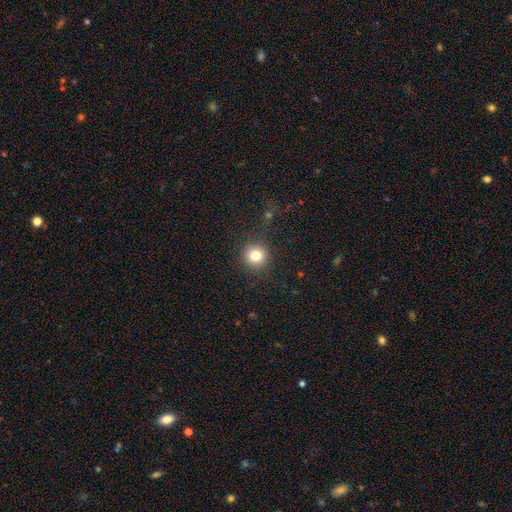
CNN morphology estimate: smooth-or-featured: smooth: 81% | star or artifact: 12% | featured or disk: 7%
  how-rounded: round: 93% | in between: 6% | cigar-shaped: 1%
  merging: none: 87% | minor disturbance: 8% | major disturbance: 3% | merger: 2%